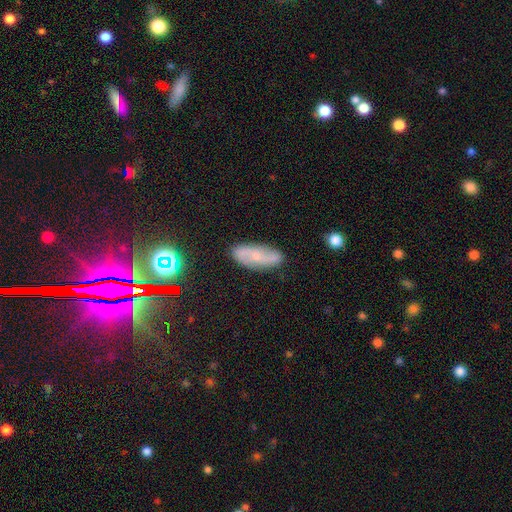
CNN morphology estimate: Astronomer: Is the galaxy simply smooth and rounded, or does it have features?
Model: featured or disk — 54% (runner-up: smooth, 34%).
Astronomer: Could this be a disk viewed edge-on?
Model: no — 88%.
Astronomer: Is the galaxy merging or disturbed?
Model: none — 82%.